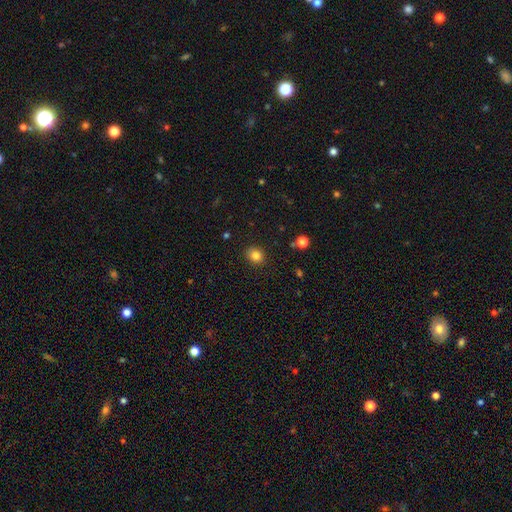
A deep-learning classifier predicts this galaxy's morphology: smooth_or_featured: smooth (p=0.82) [alt: star or artifact p=0.12]
how_rounded: round (p=0.74) [alt: in between p=0.25]
merging: none (p=0.89) [alt: minor disturbance p=0.08]